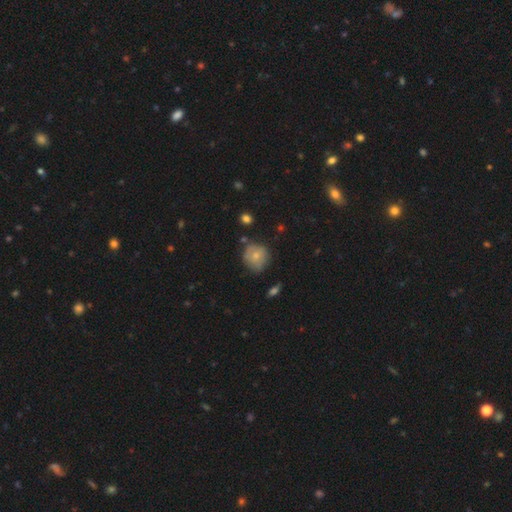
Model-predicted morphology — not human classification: A smooth galaxy with no disk features (69%) that is round (83%). Merging: none (62%).